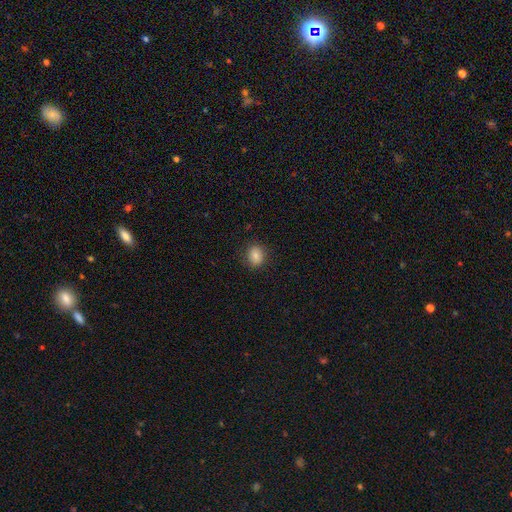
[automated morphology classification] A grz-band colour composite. It shows a smooth galaxy with no disk features (84%) that is round (51%). Merging: none (86%).